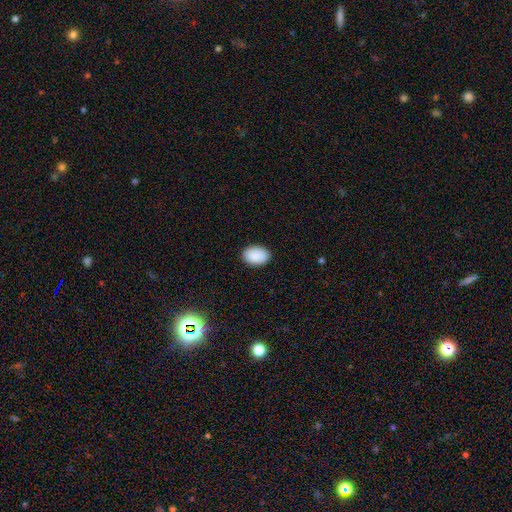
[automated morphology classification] This appears to be a smooth galaxy with no disk features (91%) that is in between round and cigar-shaped (87%). Merging: none (89%).